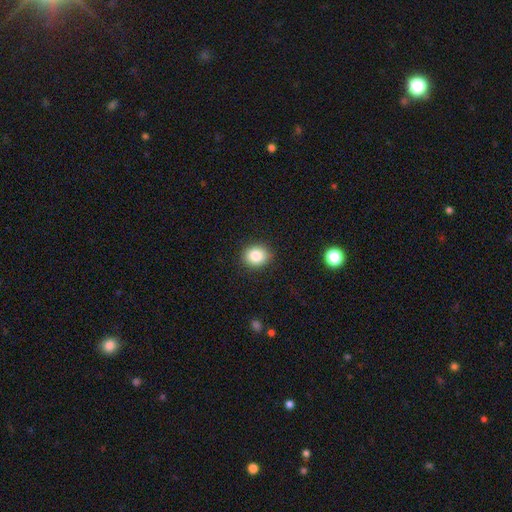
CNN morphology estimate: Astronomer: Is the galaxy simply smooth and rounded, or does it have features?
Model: smooth — 84%.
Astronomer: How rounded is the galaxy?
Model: round — 63%.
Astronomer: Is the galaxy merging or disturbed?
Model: none — 89%.